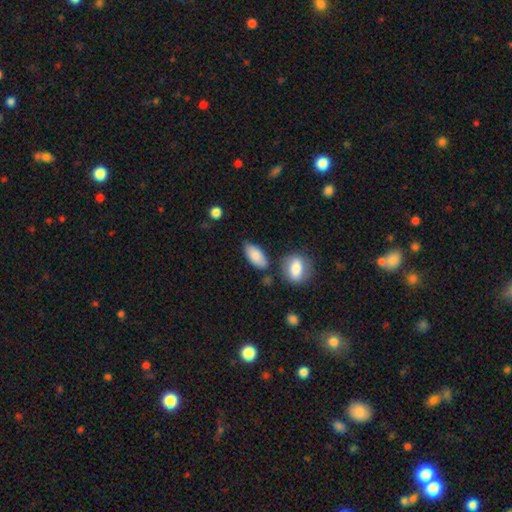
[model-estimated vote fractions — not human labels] A smooth galaxy with no disk features (86%) that is in between round and cigar-shaped (89%). Merging: none (72%).